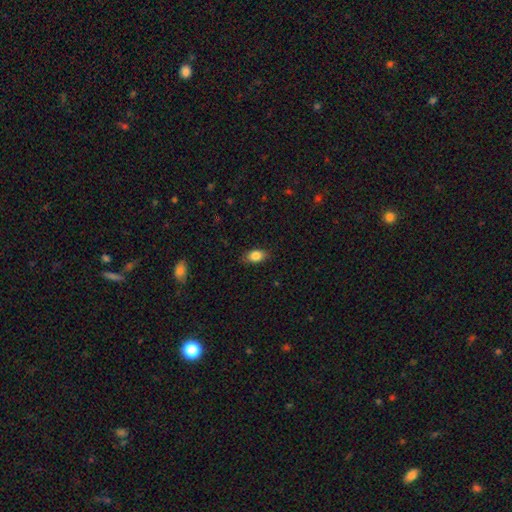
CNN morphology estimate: smooth_or_featured: smooth (p=0.84) [alt: star or artifact p=0.08]
how_rounded: in between (p=0.85) [alt: round p=0.11]
merging: none (p=0.82) [alt: minor disturbance p=0.14]